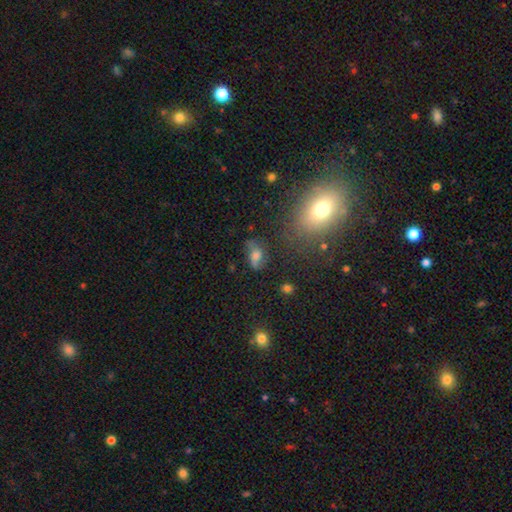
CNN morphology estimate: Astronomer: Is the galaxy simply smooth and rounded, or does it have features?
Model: smooth — 54% (runner-up: featured or disk, 30%).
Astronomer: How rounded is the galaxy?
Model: in between — 77%.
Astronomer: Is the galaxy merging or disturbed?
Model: none — 57%.